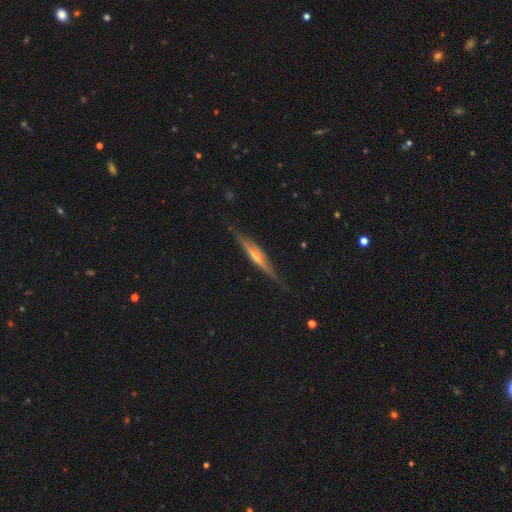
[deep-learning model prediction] Smooth or featured? Predicted: featured or disk (p=0.70). Edge-on disk? Predicted: yes (p=0.95). Edge-on bulge? Predicted: rounded (p=0.60). Merging? Predicted: none (p=0.81).